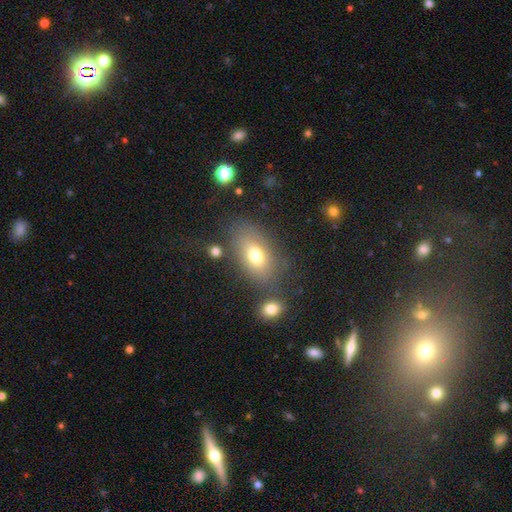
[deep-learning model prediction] Q: Smooth or featured?
A: smooth (71%); runner-up: featured or disk (18%)
Q: How rounded?
A: in between (85%); runner-up: round (13%)
Q: Merging?
A: none (69%); runner-up: minor disturbance (15%)